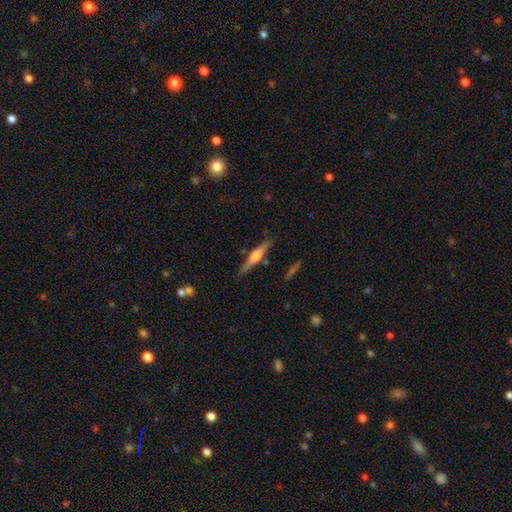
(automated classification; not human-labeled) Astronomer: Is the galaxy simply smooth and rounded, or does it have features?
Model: featured or disk — 68%.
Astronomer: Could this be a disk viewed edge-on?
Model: yes — 97%.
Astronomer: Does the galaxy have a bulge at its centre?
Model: rounded — 85%.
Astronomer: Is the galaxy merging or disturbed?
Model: none — 85%.